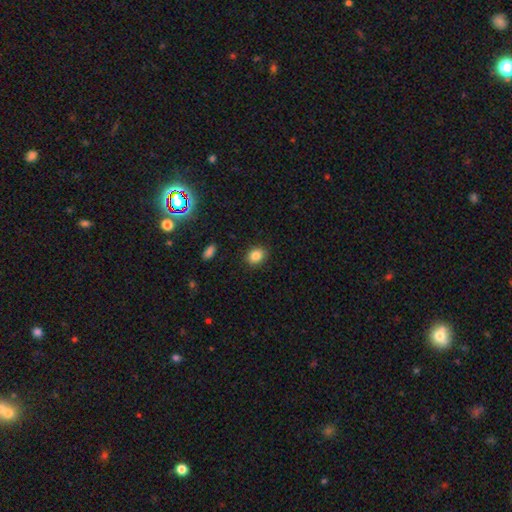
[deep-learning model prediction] smooth 84%, star or artifact 10%, featured or disk 6%. Down the decision tree: how rounded — in between (58%); merging — none (89%).